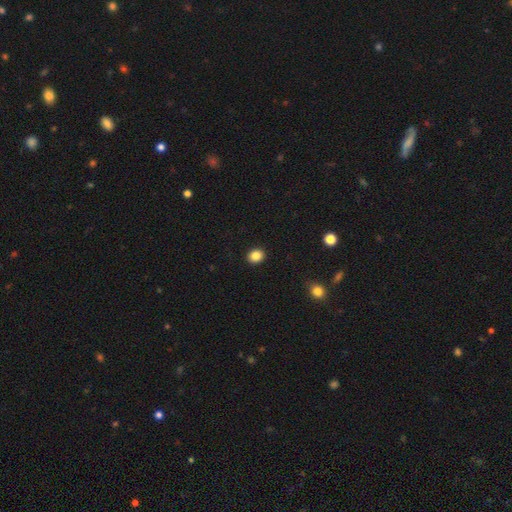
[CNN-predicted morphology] The model was most divided on "how rounded": round: 68%, in between: 32%, cigar-shaped: 1%. More confident: merging — none (92%); smooth or featured — smooth (86%).